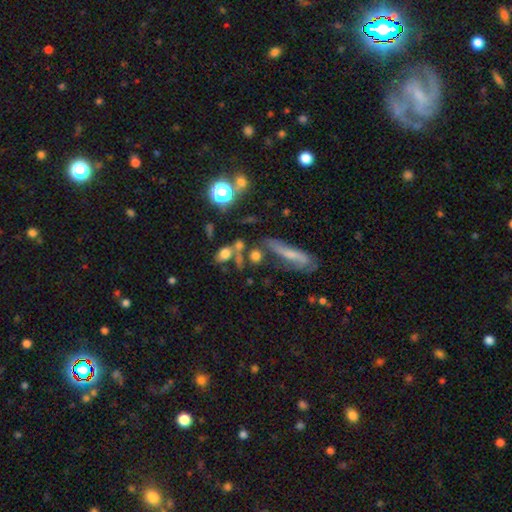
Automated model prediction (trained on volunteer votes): The model was most divided on "merging": none: 47%, merger: 28%, minor disturbance: 15%, major disturbance: 11%. Remaining: smooth or featured — smooth (61%); how rounded — round (48%).